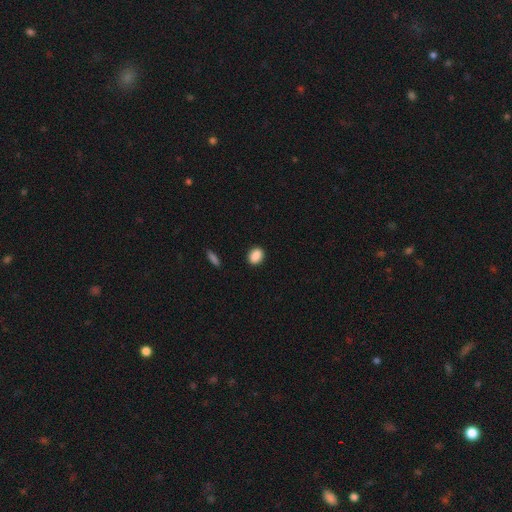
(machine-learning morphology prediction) smooth_or_featured: smooth (p=0.89) [alt: star or artifact p=0.08]
how_rounded: in between (p=0.64) [alt: round p=0.34]
merging: none (p=0.89) [alt: minor disturbance p=0.08]